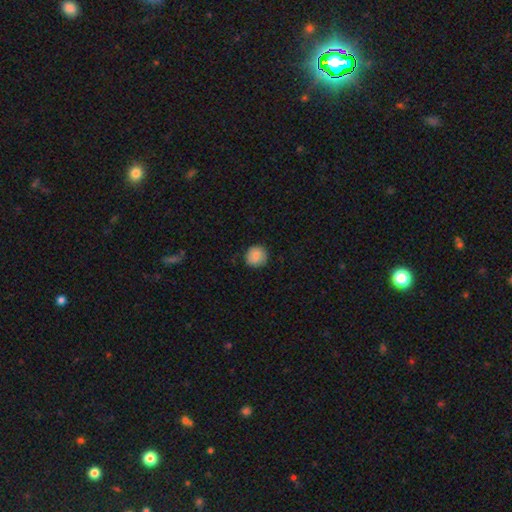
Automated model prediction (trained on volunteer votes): This is clearly a smooth galaxy (86%). How rounded: clearly round (92%). Merging: clearly none (88%).